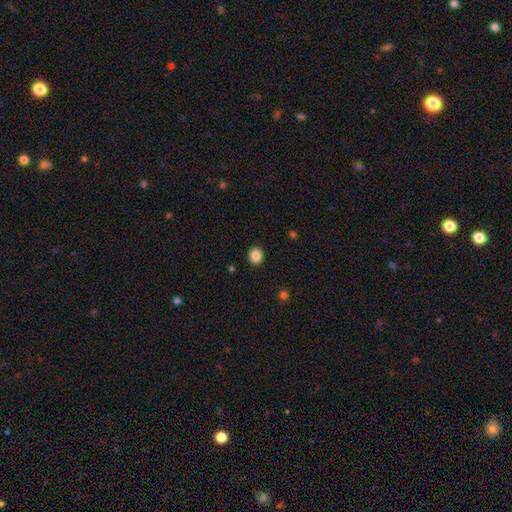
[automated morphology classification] This appears to be a smooth galaxy with no disk features (87%) that is round (72%). Merging: none (91%).